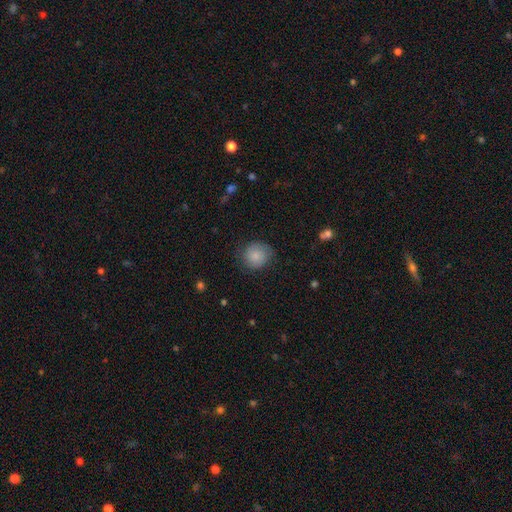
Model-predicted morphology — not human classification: smooth-or-featured: smooth: 78% | featured or disk: 14% | star or artifact: 8%
  how-rounded: round: 85% | in between: 14% | cigar-shaped: 1%
  merging: none: 74% | minor disturbance: 20% | major disturbance: 5% | merger: 1%